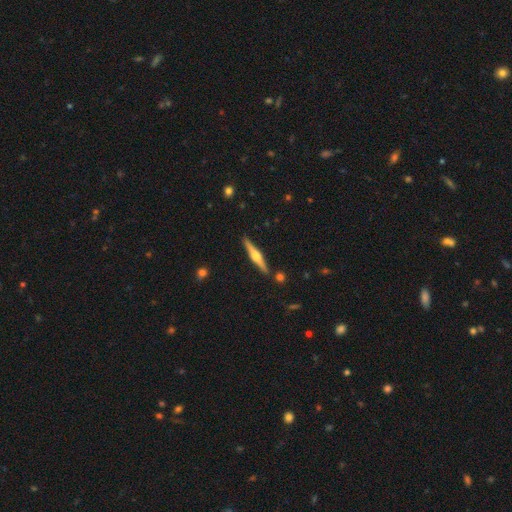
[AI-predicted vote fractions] smooth_or_featured: featured or disk (p=0.74) [alt: smooth p=0.21]
disk_edge_on: yes (p=0.98) [alt: no p=0.02]
edge_on_bulge: rounded (p=0.93) [alt: boxy p=0.05]
merging: none (p=0.90) [alt: minor disturbance p=0.07]